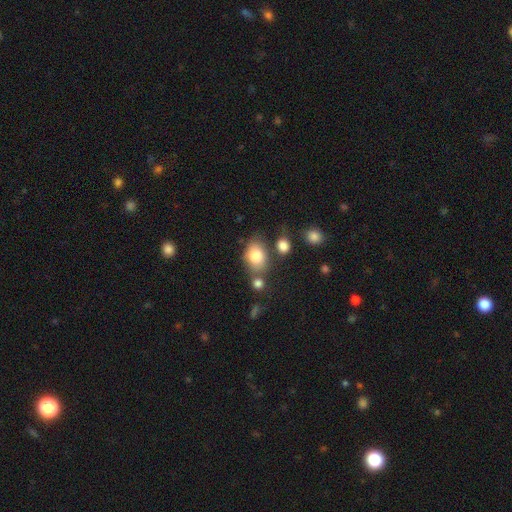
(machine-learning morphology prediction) Smooth or featured?
  - smooth: 82% *
  - featured or disk: 10%
  - star or artifact: 8%
How rounded?
  - in between: 75% *
  - round: 24%
  - cigar-shaped: 1%
Merging?
  - none: 59% *
  - minor disturbance: 19%
  - merger: 16%
  - major disturbance: 7%